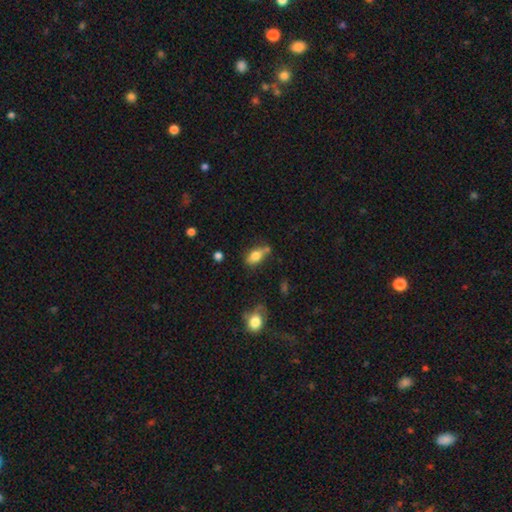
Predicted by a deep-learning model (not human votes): This is likely a smooth galaxy (76%). How rounded: clearly in between (82%). Merging: possibly none (46%).